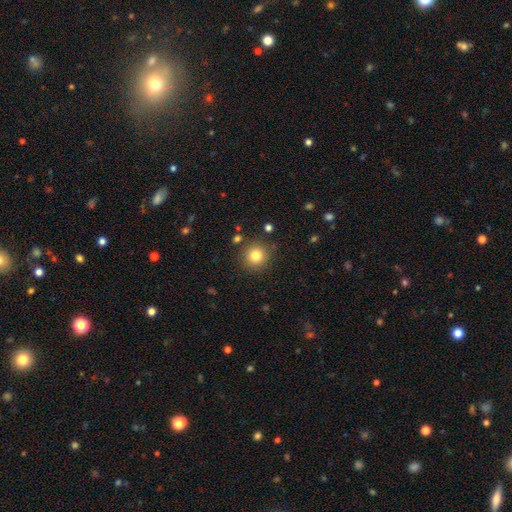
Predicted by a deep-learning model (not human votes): Smooth or featured? smooth (81%)
How rounded? round (93%)
Merging? none (86%)